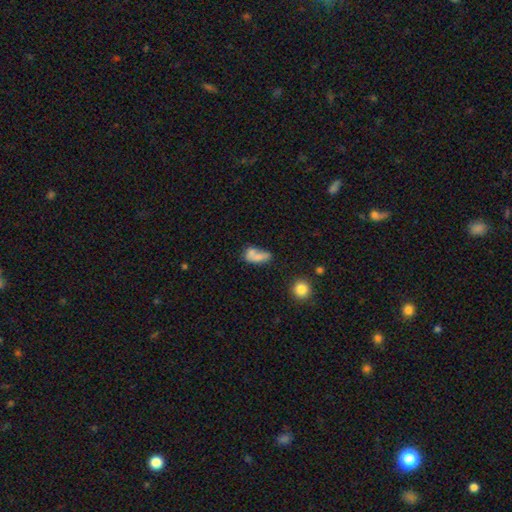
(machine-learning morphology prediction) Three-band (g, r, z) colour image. It shows a smooth galaxy with no disk features (67%) that is in between round and cigar-shaped (80%). Merging: merger (42%).